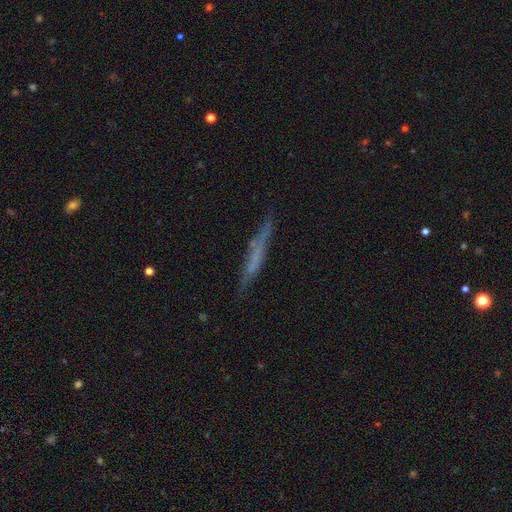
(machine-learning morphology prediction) This appears to be a smooth galaxy with no disk features (45%, tied with featured or disk). Merging: none (76%).